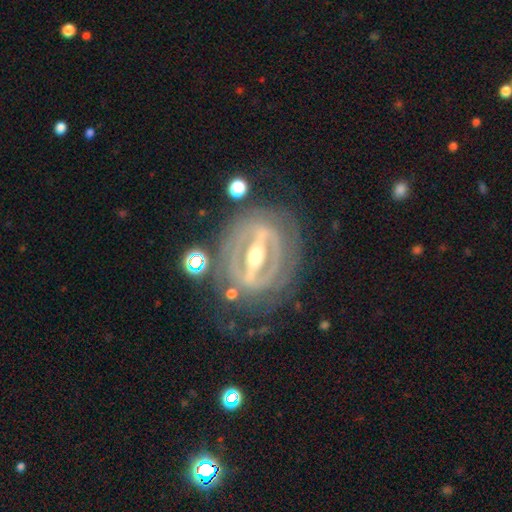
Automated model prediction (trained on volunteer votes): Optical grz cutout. It shows a featured or disk galaxy (87%) with a strong bar (85%), no spiral arms (52%) and a moderate central bulge (71%). Merging: none (74%).